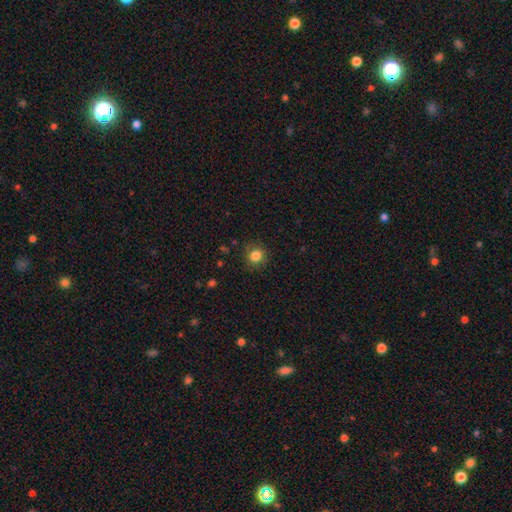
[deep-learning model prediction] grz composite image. It shows a smooth galaxy with no disk features (83%) that is round (90%). Merging: none (86%).